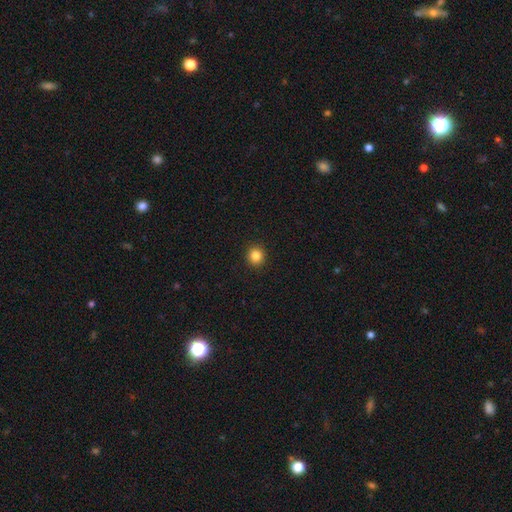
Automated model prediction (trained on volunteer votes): A smooth galaxy with no disk features (84%) that is round (92%).

Vote fractions:
- Smooth or featured? smooth: 84% / star or artifact: 11% / featured or disk: 4%
- How rounded? round: 92% / in between: 7% / cigar-shaped: 1%
- Merging? none: 93% / minor disturbance: 4% / major disturbance: 2% / merger: 1%